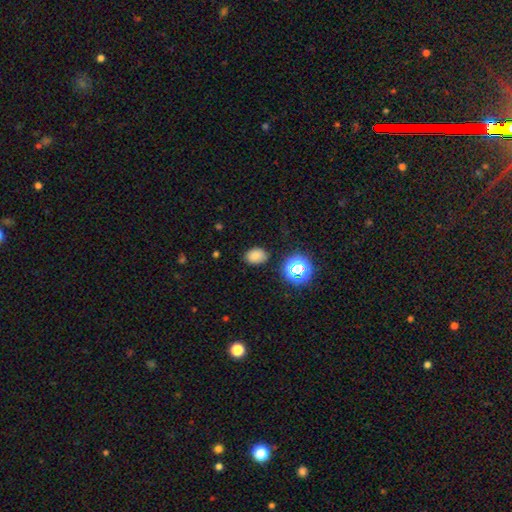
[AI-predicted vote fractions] A smooth galaxy with no disk features (77%) that is in between round and cigar-shaped (72%). Merging: none (83%).